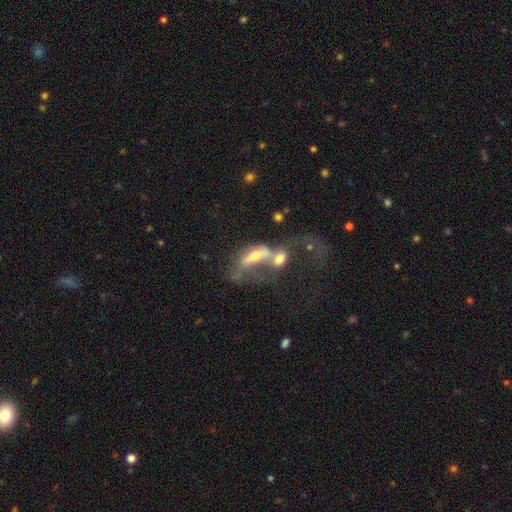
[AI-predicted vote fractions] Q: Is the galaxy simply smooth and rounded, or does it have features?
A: featured or disk — 53%.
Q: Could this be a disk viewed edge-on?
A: no — 80%.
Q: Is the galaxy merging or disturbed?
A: merger — 71%.